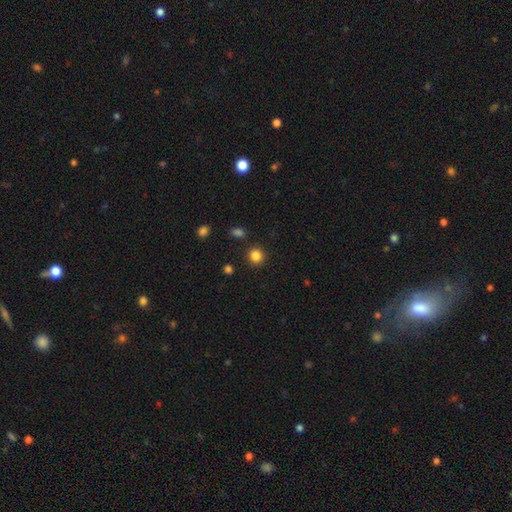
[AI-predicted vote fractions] The model was most divided on "smooth or featured": smooth: 85%, star or artifact: 11%, featured or disk: 4%. More confident: how rounded — round (90%); merging — none (89%).